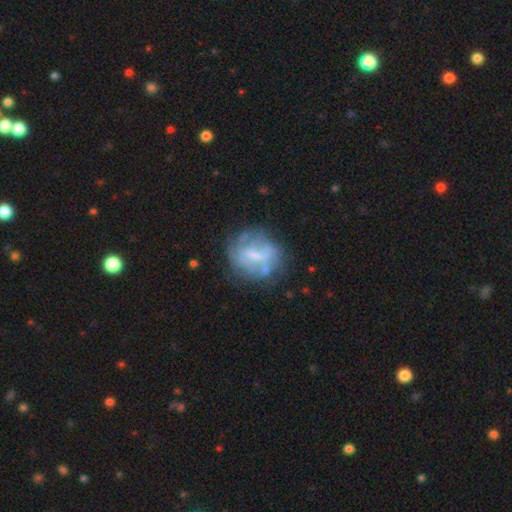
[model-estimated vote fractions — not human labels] Q: Smooth or featured?
A: featured or disk (62%); runner-up: smooth (28%)
Q: Edge-on disk?
A: no (97%); runner-up: yes (3%)
Q: Bar?
A: weak (48%); runner-up: no (32%)
Q: Spiral arms?
A: no (56%); runner-up: yes (44%)
Q: Bulge size?
A: small (47%); runner-up: moderate (27%)
Q: Merging?
A: none (59%); runner-up: minor disturbance (21%)